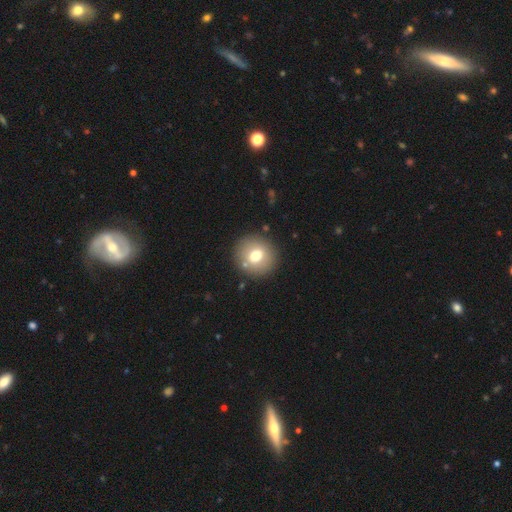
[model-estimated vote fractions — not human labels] A smooth galaxy with no disk features (70%) that is round (90%).

Vote fractions:
- Smooth or featured? smooth: 70% / featured or disk: 20% / star or artifact: 10%
- How rounded? round: 90% / in between: 9% / cigar-shaped: 1%
- Merging? none: 86% / minor disturbance: 7% / merger: 4% / major disturbance: 3%